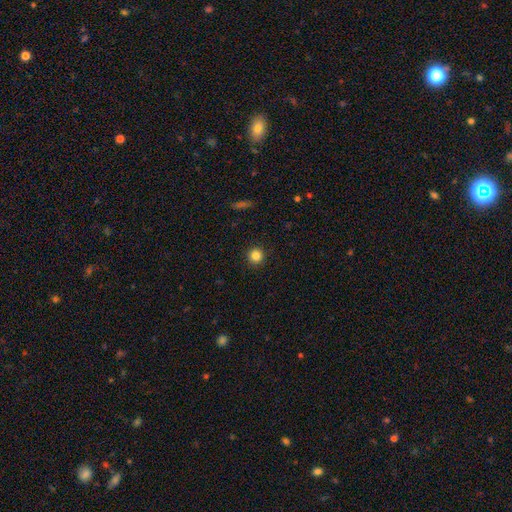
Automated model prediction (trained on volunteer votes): smooth_or_featured: smooth (p=0.84) [alt: star or artifact p=0.11]
how_rounded: round (p=0.95) [alt: in between p=0.04]
merging: none (p=0.93) [alt: minor disturbance p=0.05]